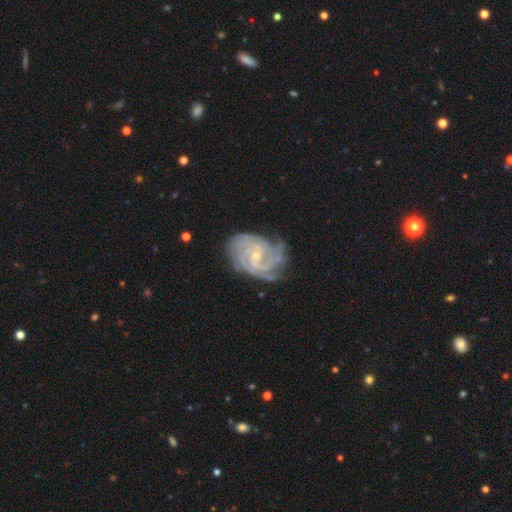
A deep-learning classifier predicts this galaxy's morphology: Q: Smooth or featured?
A: featured or disk (89%); runner-up: star or artifact (5%)
Q: Edge-on disk?
A: no (98%); runner-up: yes (2%)
Q: Bar?
A: no (50%); runner-up: weak (41%)
Q: Spiral arms?
A: yes (98%); runner-up: no (2%)
Q: Spiral winding?
A: tight (65%); runner-up: medium (30%)
Q: Spiral arm count?
A: 3 (27%); runner-up: 2 (21%)
Q: Bulge size?
A: small (72%); runner-up: moderate (25%)
Q: Merging?
A: none (66%); runner-up: minor disturbance (23%)